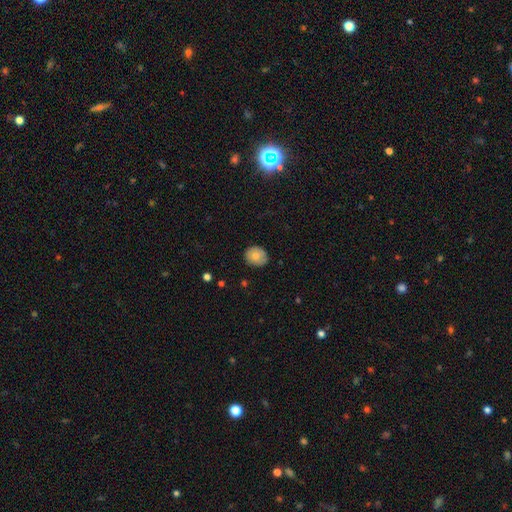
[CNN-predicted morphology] Smooth or featured: smooth — 77% (featured or disk — 16%)
How rounded: round — 62% (in between — 37%)
Merging: none — 81% (minor disturbance — 16%)